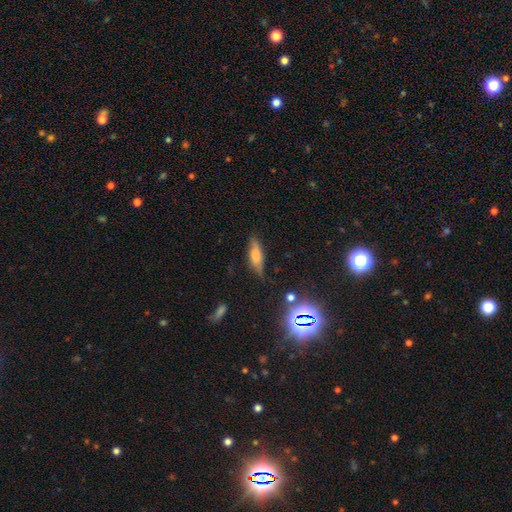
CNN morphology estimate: The model was most divided on "how rounded": in between: 50%, cigar-shaped: 48%, round: 3%. More confident: merging — none (71%); smooth or featured — smooth (65%).